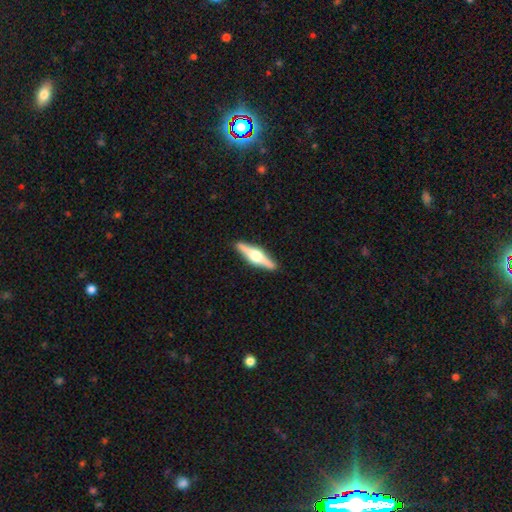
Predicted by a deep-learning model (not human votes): Q: Smooth or featured?
A: featured or disk (72%); runner-up: smooth (23%)
Q: Edge-on disk?
A: yes (98%); runner-up: no (2%)
Q: Edge-on bulge?
A: rounded (93%); runner-up: boxy (6%)
Q: Merging?
A: none (91%); runner-up: minor disturbance (6%)